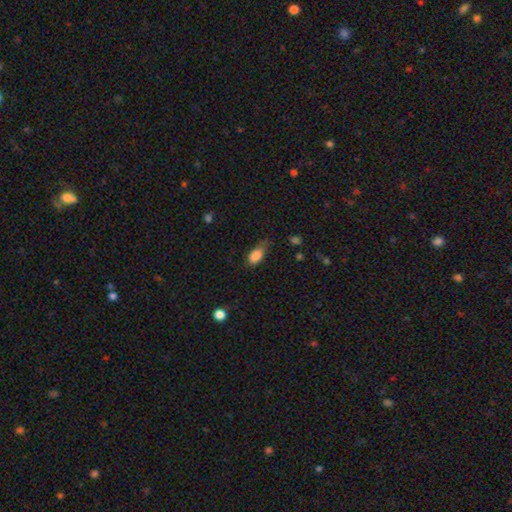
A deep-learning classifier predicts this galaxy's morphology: A smooth galaxy with no disk features (85%) that is in between round and cigar-shaped (88%).

Vote fractions:
- Smooth or featured? smooth: 85% / star or artifact: 8% / featured or disk: 7%
- How rounded? in between: 88% / cigar-shaped: 6% / round: 6%
- Merging? none: 50% / minor disturbance: 36% / major disturbance: 11% / merger: 2%